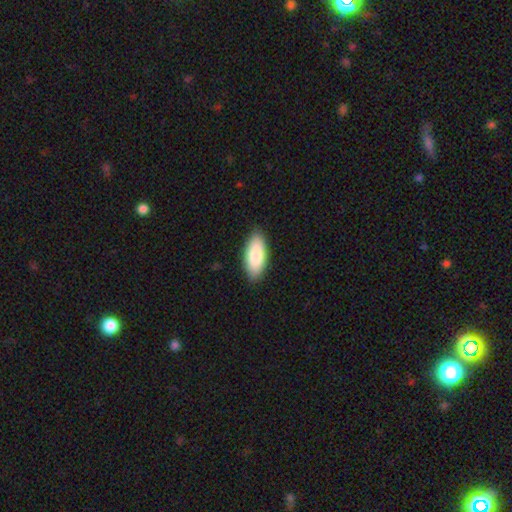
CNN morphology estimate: smooth_or_featured: smooth (p=0.85) [alt: featured or disk p=0.09]
how_rounded: in between (p=0.88) [alt: cigar-shaped p=0.11]
merging: none (p=0.88) [alt: minor disturbance p=0.09]